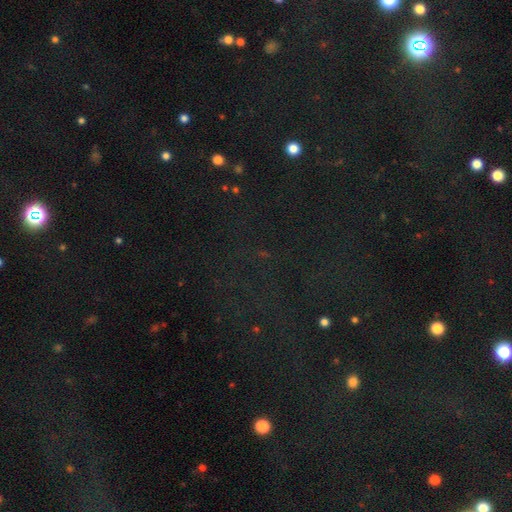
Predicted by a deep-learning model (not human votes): Q: Smooth or featured?
A: star or artifact (75%); runner-up: smooth (16%)